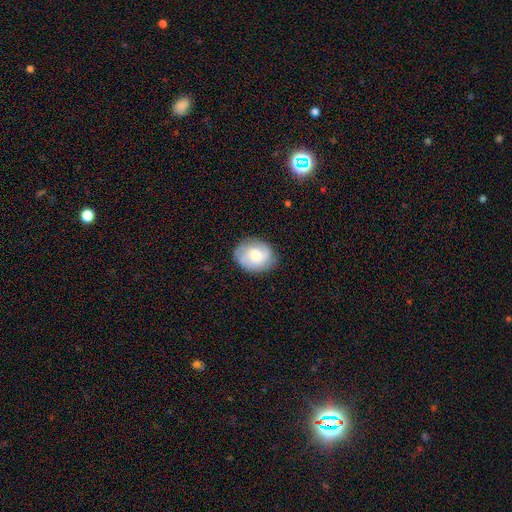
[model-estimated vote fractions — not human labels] The model was most divided on "how rounded": in between: 53%, round: 46%, cigar-shaped: 1%. More confident: merging — none (78%); smooth or featured — smooth (52%).